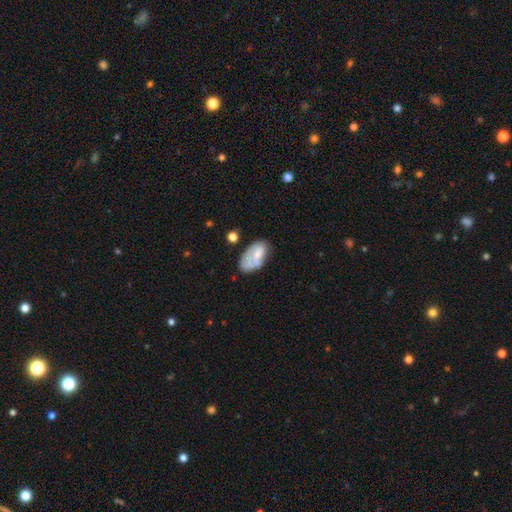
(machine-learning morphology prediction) Smooth or featured? Predicted: smooth (p=0.64). How rounded? Predicted: in between (p=0.94). Merging? Predicted: none (p=0.43).